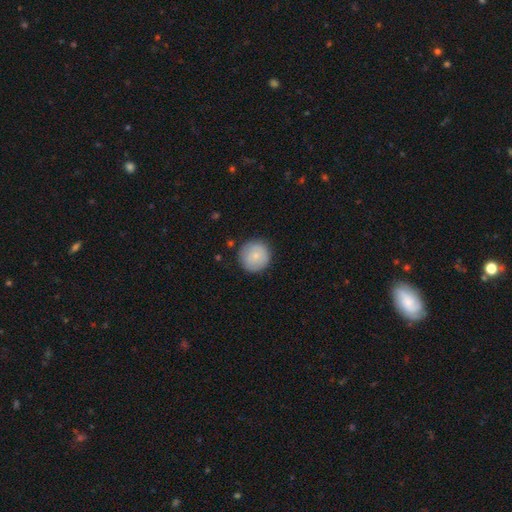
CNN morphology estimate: A smooth galaxy with no disk features (81%) that is round (95%).

Vote fractions:
- Smooth or featured? smooth: 81% / featured or disk: 13% / star or artifact: 7%
- How rounded? round: 95% / in between: 4% / cigar-shaped: 1%
- Merging? none: 87% / minor disturbance: 10% / major disturbance: 2% / merger: 1%